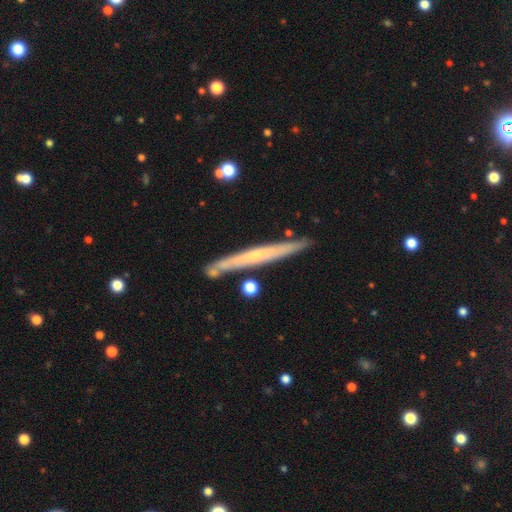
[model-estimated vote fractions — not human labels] The model was most divided on "smooth or featured": featured or disk: 60%, smooth: 34%, star or artifact: 6%. More confident: edge-on disk — yes (94%); merging — none (84%); edge-on bulge — none (68%).